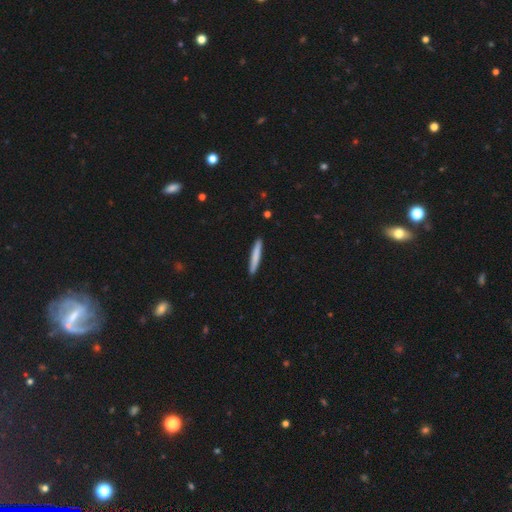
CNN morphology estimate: Smooth or featured? Predicted: smooth (p=0.80). How rounded? Predicted: cigar-shaped (p=0.96). Merging? Predicted: none (p=0.92).